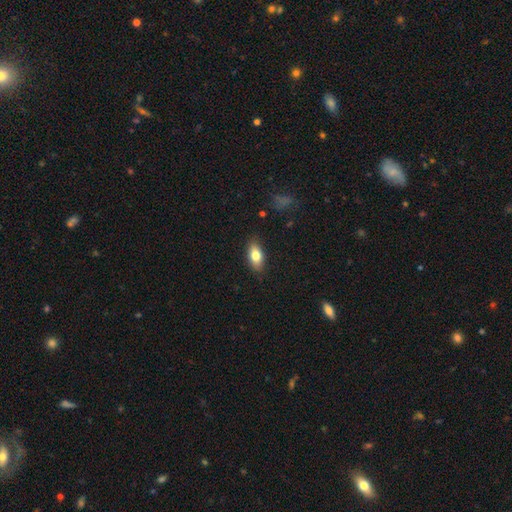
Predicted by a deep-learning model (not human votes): Smooth or featured? smooth (77%)
How rounded? in between (87%)
Merging? none (86%)